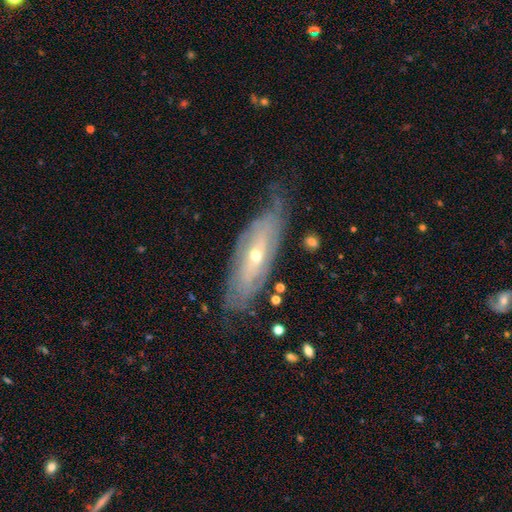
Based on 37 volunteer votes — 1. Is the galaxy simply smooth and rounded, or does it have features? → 86% featured or disk, 14% smooth, 0% star or artifact.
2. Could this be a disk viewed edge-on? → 75% no, 25% yes.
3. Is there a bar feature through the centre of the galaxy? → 75% no, 17% weak, 8% strong.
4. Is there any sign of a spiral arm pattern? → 54% yes, 46% no.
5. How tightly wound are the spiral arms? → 69% tight, 31% loose, 0% medium.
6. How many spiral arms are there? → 62% can't tell, 23% 2, 15% 1, 0% 3, 0% 4, 0% more than 4.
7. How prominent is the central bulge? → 54% small, 46% moderate, 0% dominant, 0% large, 0% none.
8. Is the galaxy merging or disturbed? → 62% none, 30% minor disturbance, 5% major disturbance, 3% merger.